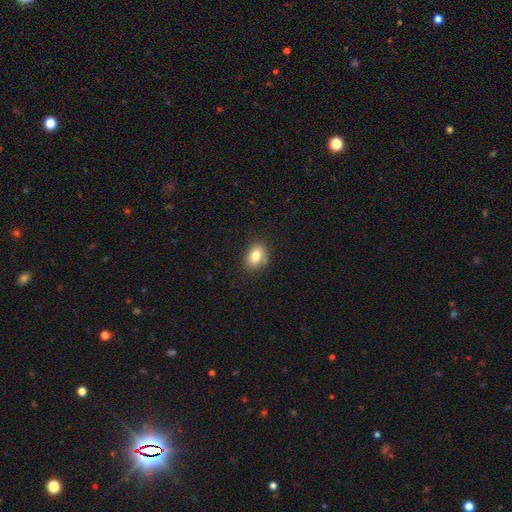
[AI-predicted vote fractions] smooth 80%, featured or disk 10%, star or artifact 9%. Down the decision tree: how rounded — in between (77%); merging — none (78%).